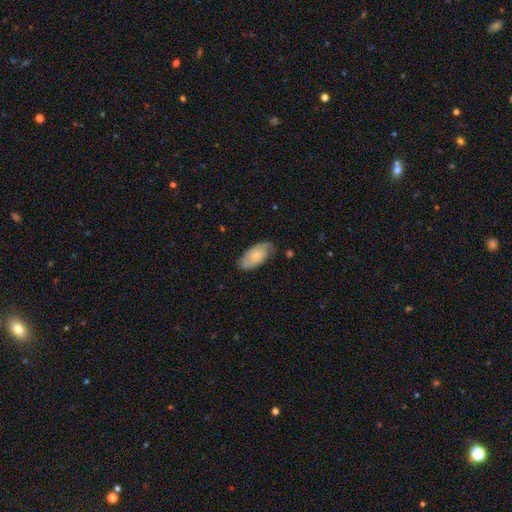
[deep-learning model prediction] Smooth or featured? Predicted: smooth (p=0.65). How rounded? Predicted: in between (p=0.92). Merging? Predicted: none (p=0.69).